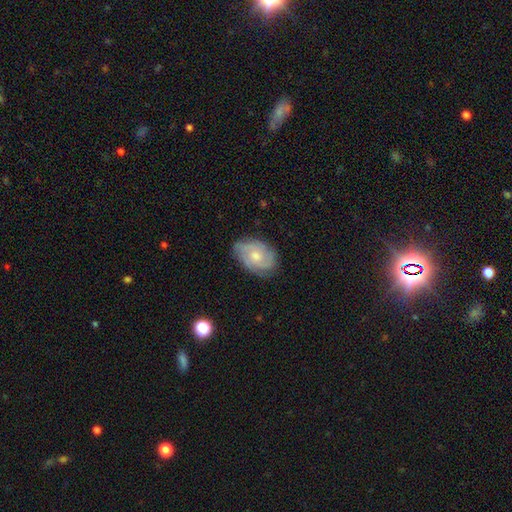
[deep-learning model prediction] A featured or disk galaxy (74%) with no bar (72%), 2 (37%) tight (56%) spiral arms (93%) and a moderate central bulge (56%). Merging: none (73%).